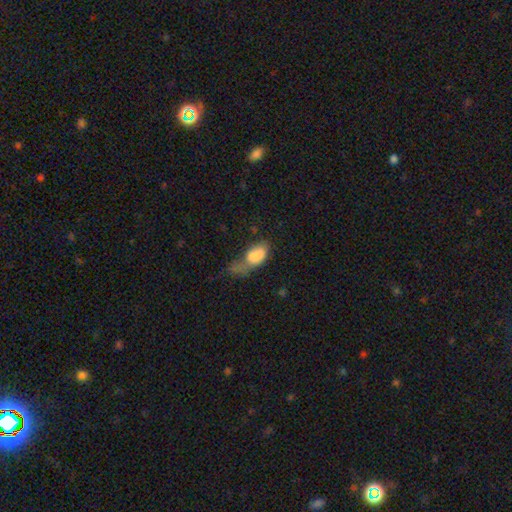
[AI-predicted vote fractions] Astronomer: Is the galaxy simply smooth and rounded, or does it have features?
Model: smooth — 78%.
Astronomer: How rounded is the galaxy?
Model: in between — 89%.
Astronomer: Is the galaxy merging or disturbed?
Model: major disturbance — 42% (runner-up: minor disturbance, 26%).